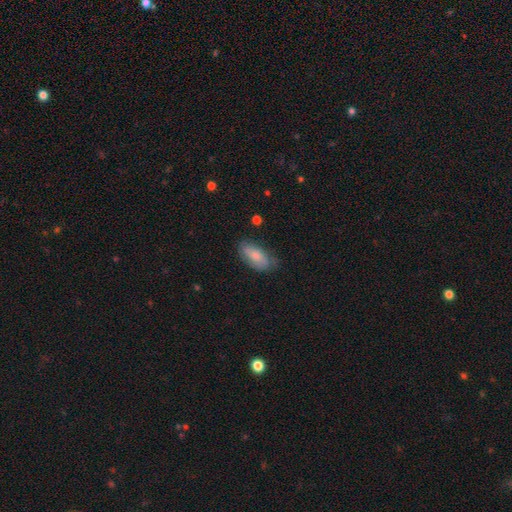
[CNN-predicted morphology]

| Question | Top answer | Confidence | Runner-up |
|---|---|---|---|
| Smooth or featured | smooth | 77% | featured or disk (17%) |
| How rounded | in between | 89% | cigar-shaped (9%) |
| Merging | none | 69% | minor disturbance (24%) |